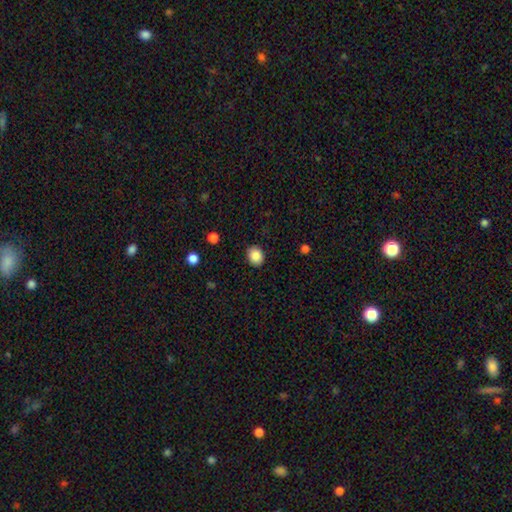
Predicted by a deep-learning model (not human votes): Q: Smooth or featured?
A: smooth (87%); runner-up: star or artifact (9%)
Q: How rounded?
A: round (57%); runner-up: in between (42%)
Q: Merging?
A: none (89%); runner-up: minor disturbance (8%)